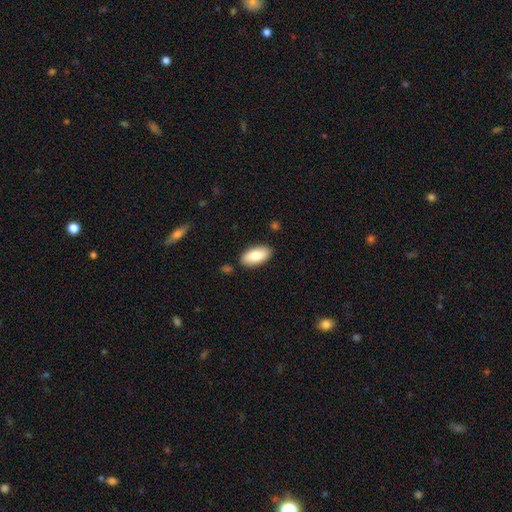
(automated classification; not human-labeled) Smooth or featured: smooth — 81% (featured or disk — 13%)
How rounded: in between — 92% (cigar-shaped — 5%)
Merging: none — 86% (minor disturbance — 10%)